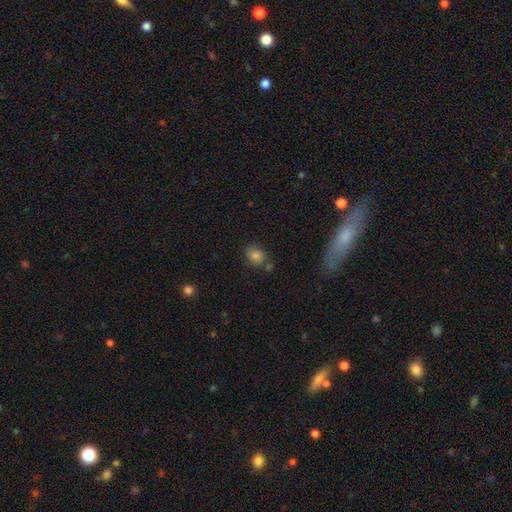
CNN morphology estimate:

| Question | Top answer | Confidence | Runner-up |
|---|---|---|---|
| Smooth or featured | smooth | 76% | star or artifact (13%) |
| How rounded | round | 52% | in between (47%) |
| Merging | none | 65% | minor disturbance (18%) |